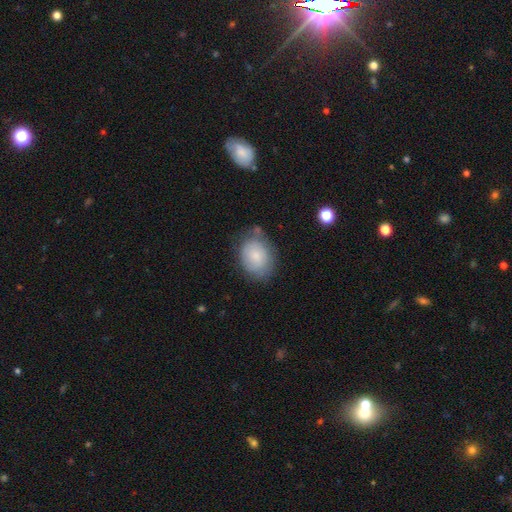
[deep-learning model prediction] smooth 76%, featured or disk 17%, star or artifact 7%. Down the decision tree: how rounded — in between (53%); merging — none (65%).